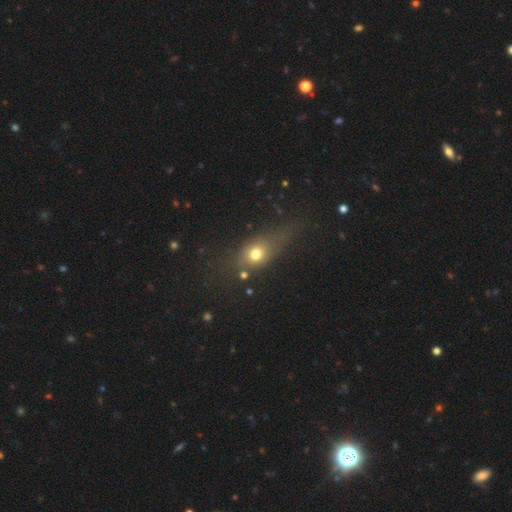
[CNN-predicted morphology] Overall: smooth (70%). How rounded: in between (51%; round 39%). Merging: none (51%; minor disturbance 22%).